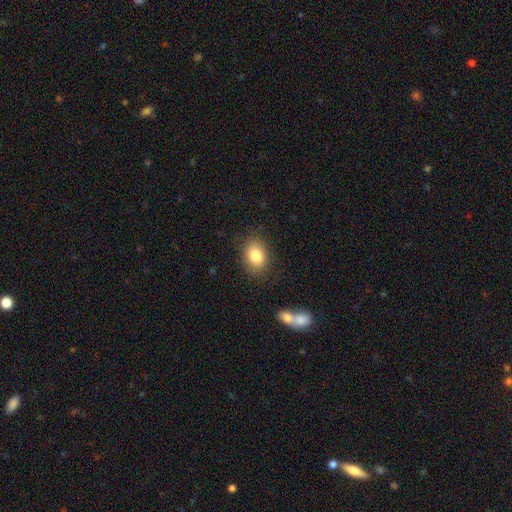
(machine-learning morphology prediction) Smooth or featured? Predicted: smooth (p=0.82). How rounded? Predicted: in between (p=0.70). Merging? Predicted: none (p=0.84).